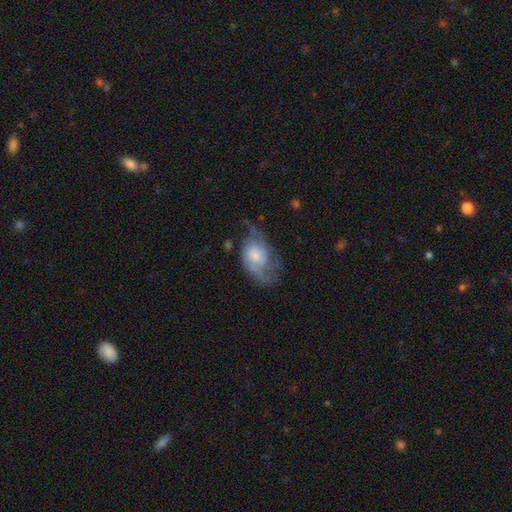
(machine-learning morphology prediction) Q: Smooth or featured?
A: featured or disk (70%); runner-up: smooth (24%)
Q: Edge-on disk?
A: no (96%); runner-up: yes (4%)
Q: Bar?
A: no (65%); runner-up: weak (31%)
Q: Spiral arms?
A: yes (87%); runner-up: no (13%)
Q: Spiral winding?
A: medium (45%); runner-up: loose (35%)
Q: Spiral arm count?
A: 2 (69%); runner-up: can't tell (15%)
Q: Bulge size?
A: small (47%); runner-up: moderate (34%)
Q: Merging?
A: none (47%); runner-up: minor disturbance (26%)